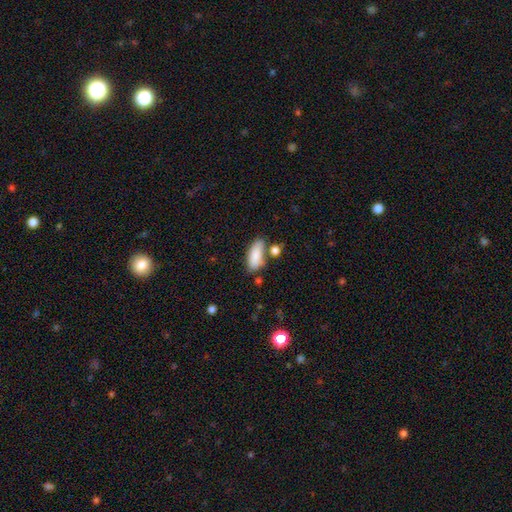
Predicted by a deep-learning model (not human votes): Smooth or featured?
  - smooth: 86% *
  - featured or disk: 7%
  - star or artifact: 7%
How rounded?
  - in between: 82% *
  - cigar-shaped: 16%
  - round: 2%
Merging?
  - none: 63% *
  - minor disturbance: 18%
  - merger: 14%
  - major disturbance: 5%